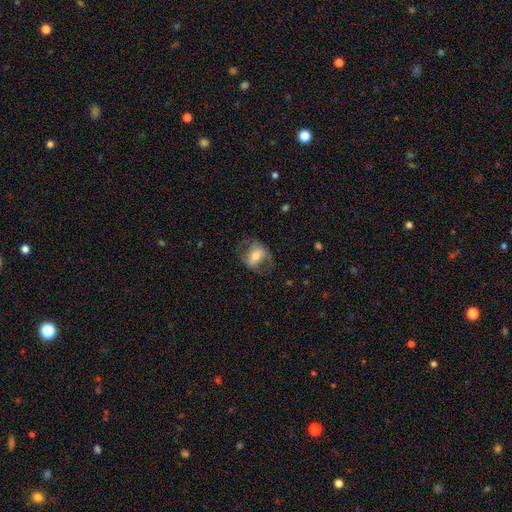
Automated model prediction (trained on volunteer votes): This is possibly a featured or disk galaxy (59%). It is clearly not viewed edge-on (93%). Bar: marginally strong (36%). Spiral arm pattern: likely yes (70%). Central bulge: possibly moderate (56%). Merging: likely none (62%).